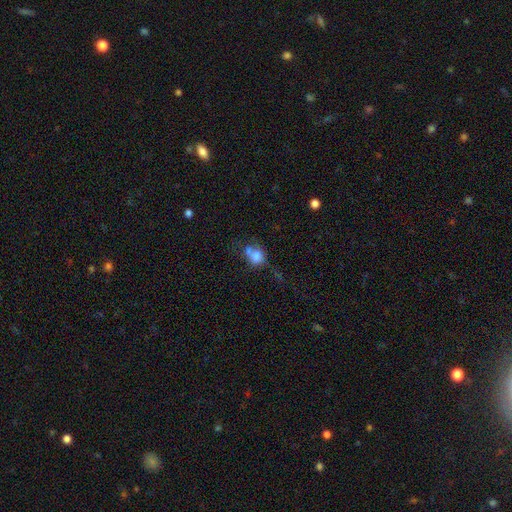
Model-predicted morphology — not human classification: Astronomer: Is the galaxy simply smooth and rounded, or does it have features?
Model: smooth — 72%.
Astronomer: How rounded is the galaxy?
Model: round — 52% (runner-up: in between, 46%).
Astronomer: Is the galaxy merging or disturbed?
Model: merger — 39% (runner-up: none, 31%).